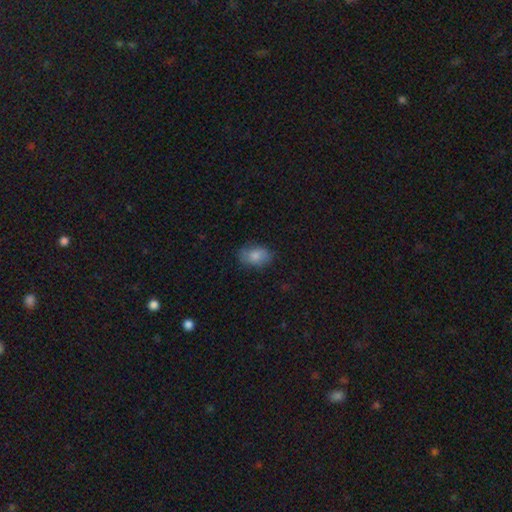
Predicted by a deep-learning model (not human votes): A smooth galaxy with no disk features (80%) that is in between round and cigar-shaped (84%).

Vote fractions:
- Smooth or featured? smooth: 80% / featured or disk: 12% / star or artifact: 8%
- How rounded? in between: 84% / round: 14% / cigar-shaped: 2%
- Merging? none: 74% / minor disturbance: 20% / major disturbance: 5% / merger: 1%